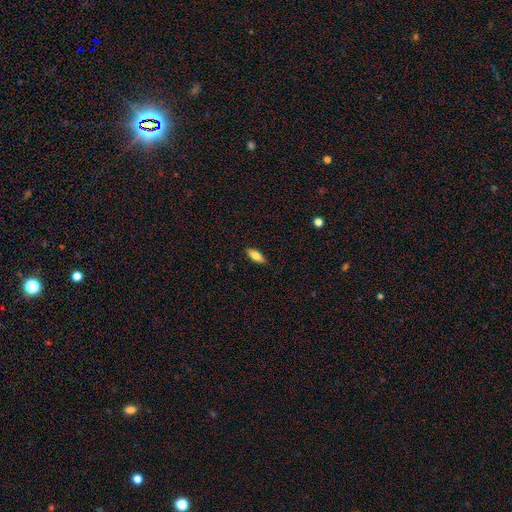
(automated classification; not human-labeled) Smooth or featured? Predicted: smooth (p=0.68). How rounded? Predicted: in between (p=0.72). Merging? Predicted: none (p=0.89).